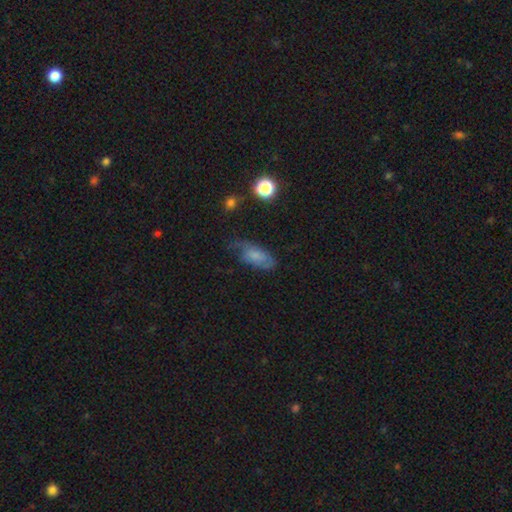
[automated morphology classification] Smooth or featured? smooth (55%)
How rounded? in between (86%)
Merging? none (49%)